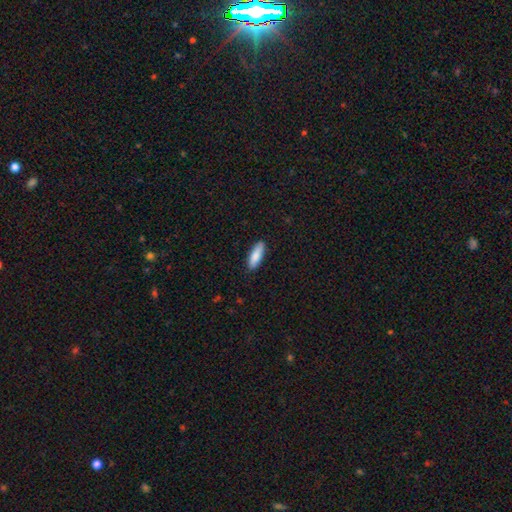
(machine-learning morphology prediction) type=smooth (85%); roundness=in between (55%); merging=none (88%).